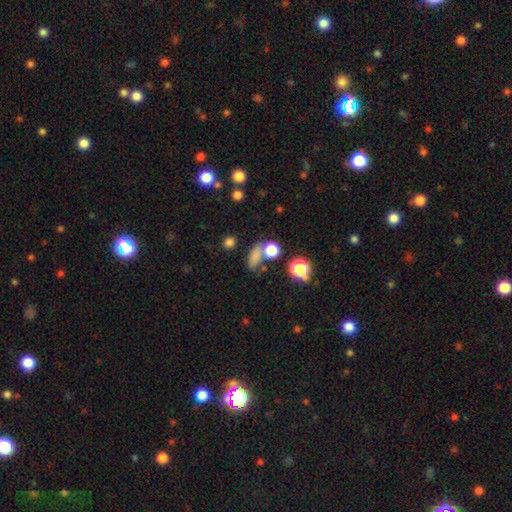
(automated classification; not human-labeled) Smooth or featured? Predicted: smooth (p=0.74). How rounded? Predicted: in between (p=0.54). Merging? Predicted: none (p=0.54).